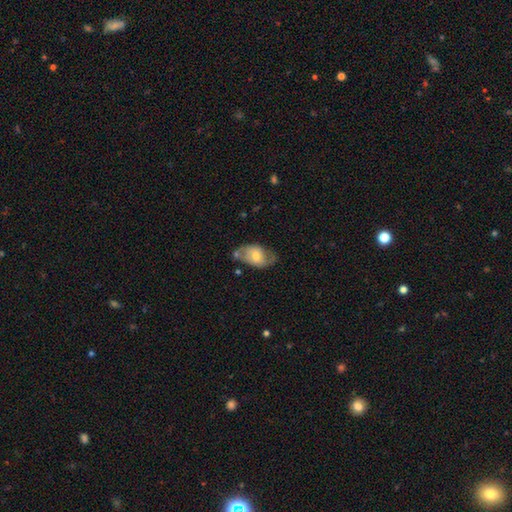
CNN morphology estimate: A featured or disk galaxy (54%) with no bar (55%), spiral arms (72%) and a moderate central bulge (60%). Merging: none (56%).